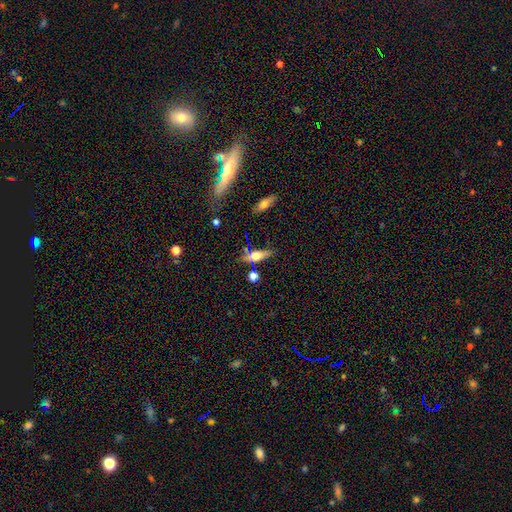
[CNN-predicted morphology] smooth-or-featured: smooth: 54% | featured or disk: 36% | star or artifact: 10%
  how-rounded: cigar-shaped: 48% | in between: 47% | round: 5%
  merging: none: 74% | minor disturbance: 14% | merger: 7% | major disturbance: 4%